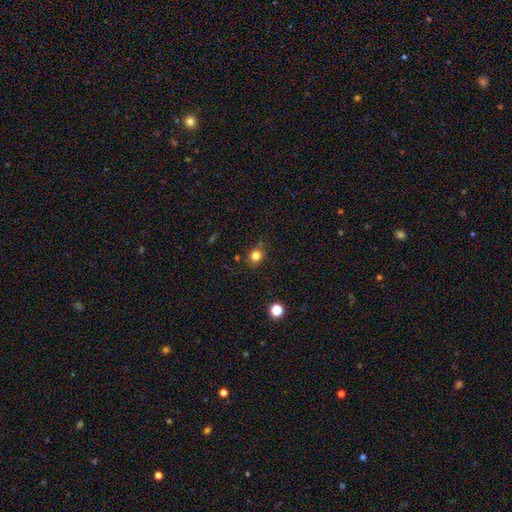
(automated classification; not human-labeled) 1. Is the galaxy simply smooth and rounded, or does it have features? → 80% smooth, 13% star or artifact, 6% featured or disk.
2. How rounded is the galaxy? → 73% round, 26% in between, 1% cigar-shaped.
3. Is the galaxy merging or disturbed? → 81% none, 13% minor disturbance, 3% merger, 3% major disturbance.